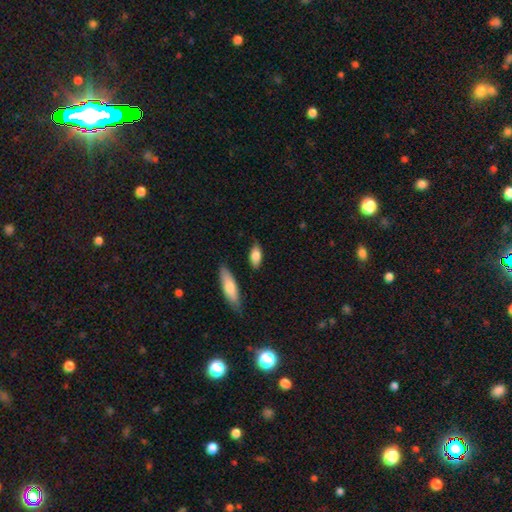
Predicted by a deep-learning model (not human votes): This is clearly a smooth galaxy (81%). How rounded: clearly in between (82%). Merging: clearly none (81%).